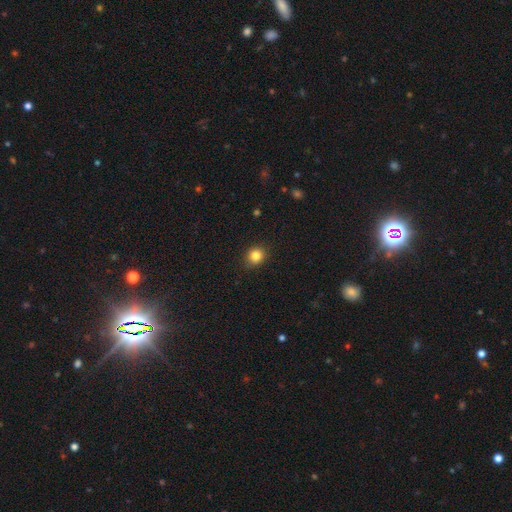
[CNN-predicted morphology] The model was most divided on "how rounded": round: 82%, in between: 18%, cigar-shaped: 1%. More confident: merging — none (88%); smooth or featured — smooth (84%).